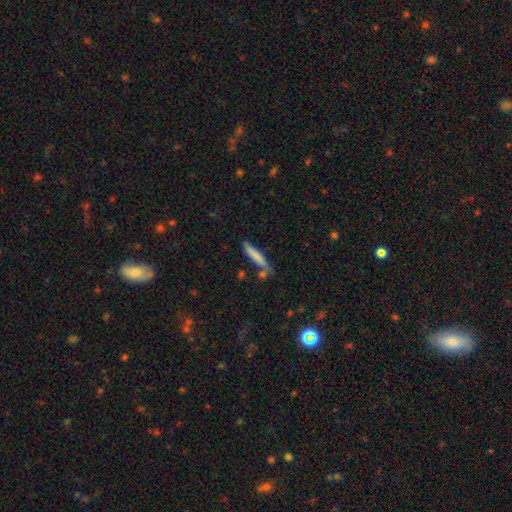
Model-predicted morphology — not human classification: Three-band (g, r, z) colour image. It shows a smooth galaxy with no disk features (74%) that is cigar-shaped (91%). Merging: none (69%).